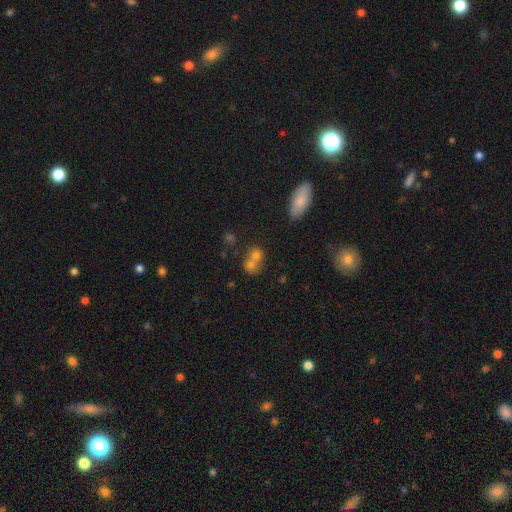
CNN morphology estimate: smooth 70%, featured or disk 17%, star or artifact 13%. Down the decision tree: how rounded — round (67%); merging — merger (61%).